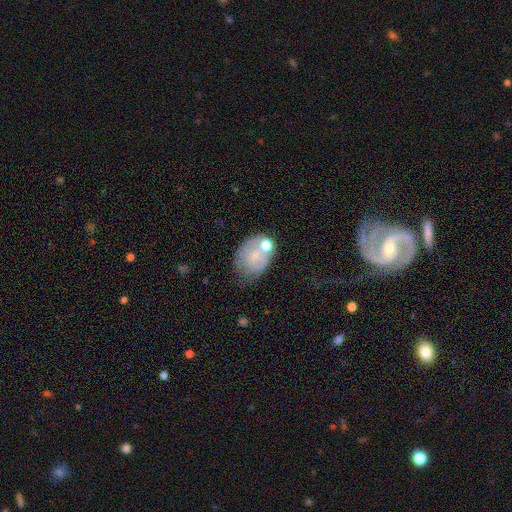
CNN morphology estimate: smooth 51%, featured or disk 40%, star or artifact 9%. Down the decision tree: how rounded — in between (73%); merging — none (39%).